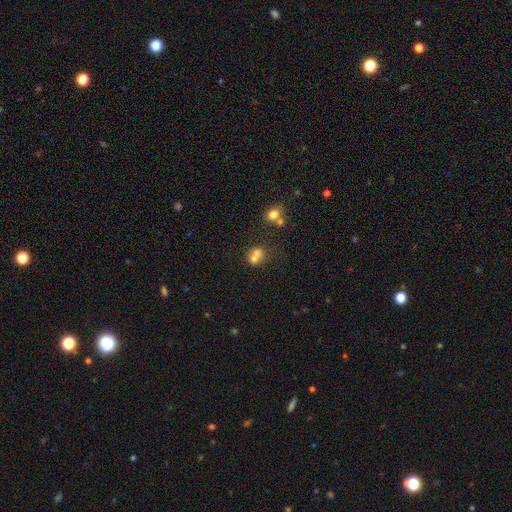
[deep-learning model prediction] Morphology: type=smooth (68%); roundness=round (70%); merging=merger (58%).